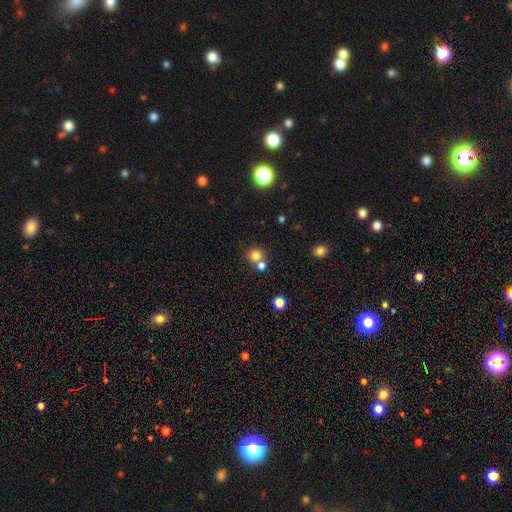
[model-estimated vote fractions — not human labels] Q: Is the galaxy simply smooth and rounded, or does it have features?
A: smooth — 79%.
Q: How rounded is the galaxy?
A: round — 87%.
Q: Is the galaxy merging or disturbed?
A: none — 57%.